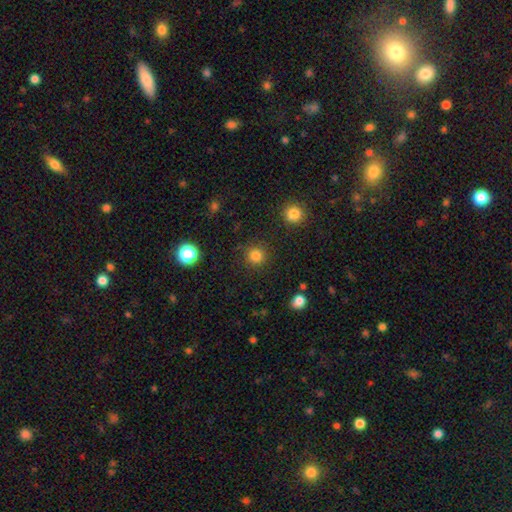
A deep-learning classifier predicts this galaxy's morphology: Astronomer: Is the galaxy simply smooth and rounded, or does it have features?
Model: smooth — 82%.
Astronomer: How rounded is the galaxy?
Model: round — 95%.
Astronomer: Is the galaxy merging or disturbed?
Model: none — 89%.